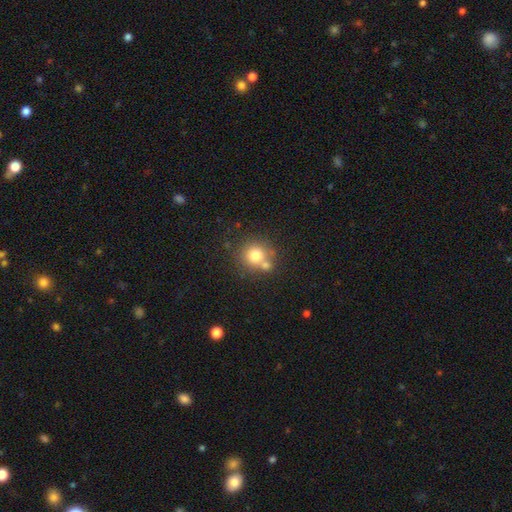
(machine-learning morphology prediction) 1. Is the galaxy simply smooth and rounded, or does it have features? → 75% smooth, 13% featured or disk, 12% star or artifact.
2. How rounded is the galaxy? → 89% round, 10% in between, 1% cigar-shaped.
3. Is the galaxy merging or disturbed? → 57% none, 29% merger, 11% minor disturbance, 4% major disturbance.